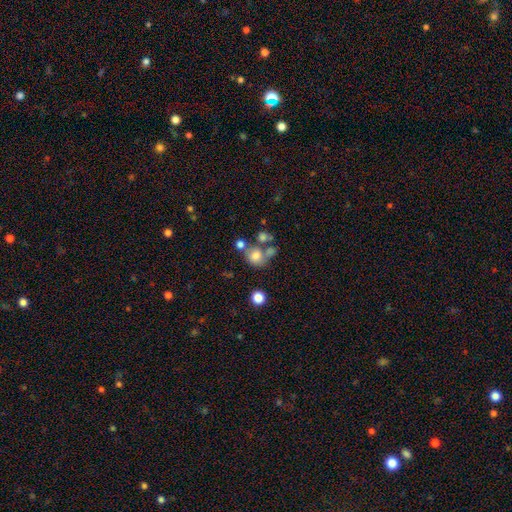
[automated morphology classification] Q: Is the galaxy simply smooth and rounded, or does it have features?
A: smooth — 71%.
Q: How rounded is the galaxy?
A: round — 70%.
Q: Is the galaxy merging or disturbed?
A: none — 44%.